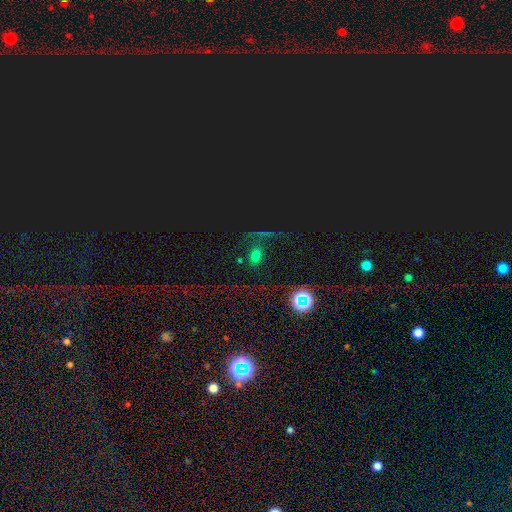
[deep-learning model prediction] Smooth or featured? Predicted: smooth (p=0.46). Merging? Predicted: none (p=0.66).